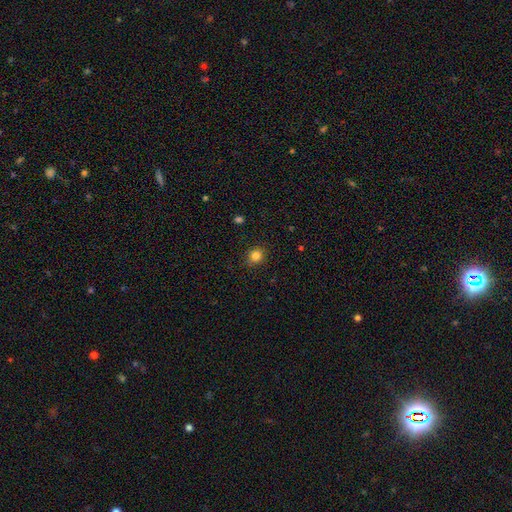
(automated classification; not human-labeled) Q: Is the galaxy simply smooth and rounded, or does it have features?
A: smooth — 83%.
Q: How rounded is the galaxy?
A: round — 77%.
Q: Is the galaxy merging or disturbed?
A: none — 87%.